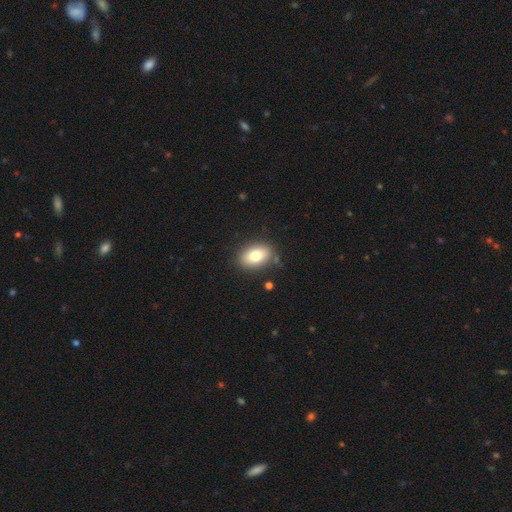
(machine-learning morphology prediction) type=smooth (77%); roundness=in between (83%); merging=none (84%).